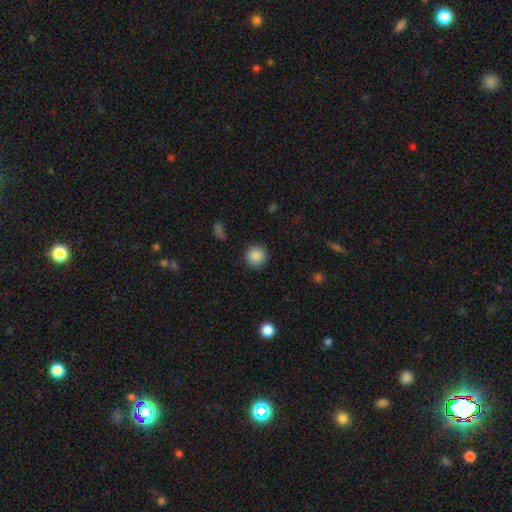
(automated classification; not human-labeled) Smooth or featured? Predicted: smooth (p=0.88). How rounded? Predicted: round (p=0.94). Merging? Predicted: none (p=0.90).